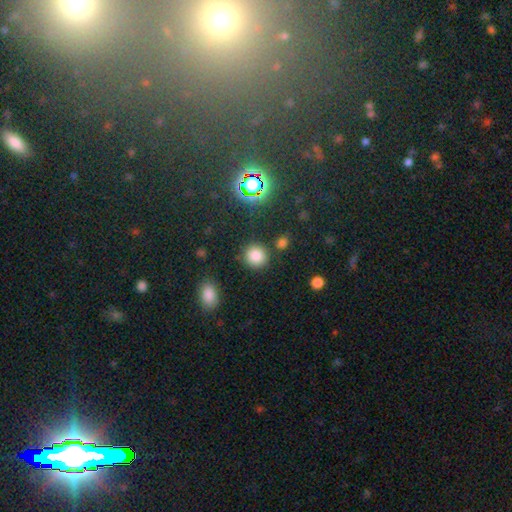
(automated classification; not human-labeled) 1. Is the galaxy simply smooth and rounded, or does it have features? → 80% smooth, 15% star or artifact, 5% featured or disk.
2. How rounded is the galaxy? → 89% round, 9% in between, 1% cigar-shaped.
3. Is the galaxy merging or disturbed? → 84% none, 8% minor disturbance, 4% merger, 3% major disturbance.